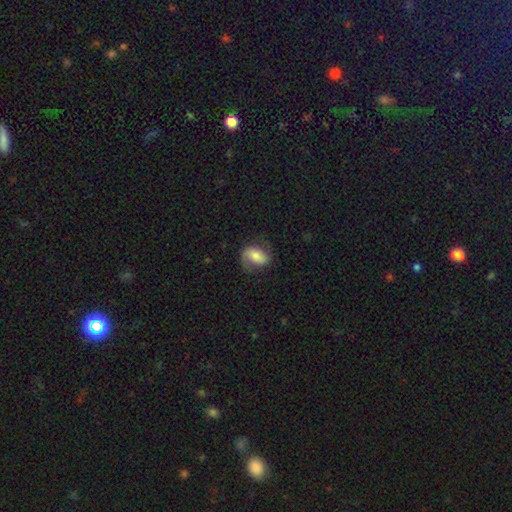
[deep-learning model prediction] A featured or disk galaxy (52%).

Vote fractions:
- Smooth or featured? featured or disk: 52% / smooth: 40% / star or artifact: 7%
- Edge-on disk? no: 96% / yes: 4%
- Merging? none: 67% / minor disturbance: 20% / major disturbance: 11% / merger: 1%